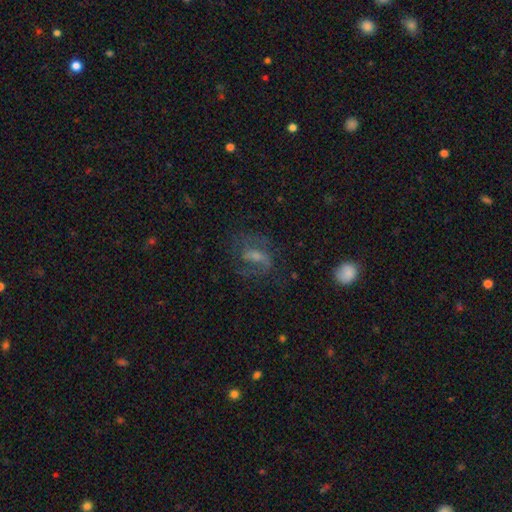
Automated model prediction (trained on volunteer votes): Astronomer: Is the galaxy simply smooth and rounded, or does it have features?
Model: featured or disk — 66%.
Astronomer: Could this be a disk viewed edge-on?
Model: no — 95%.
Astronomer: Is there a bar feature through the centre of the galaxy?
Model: weak — 47% (runner-up: strong, 30%).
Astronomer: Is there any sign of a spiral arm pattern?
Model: yes — 84%.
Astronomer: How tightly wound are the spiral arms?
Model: medium — 51%.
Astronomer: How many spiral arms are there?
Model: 2 — 71%.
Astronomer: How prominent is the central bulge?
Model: small — 39% (runner-up: moderate, 36%).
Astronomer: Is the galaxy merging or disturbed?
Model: none — 65%.